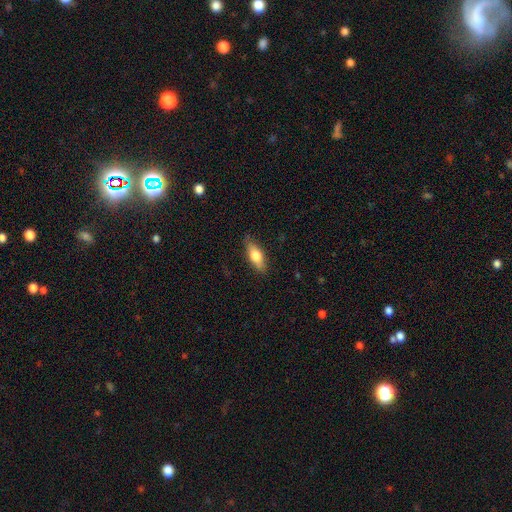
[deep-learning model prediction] This is likely a smooth galaxy (66%). How rounded: likely in between (64%). Merging: clearly none (83%).